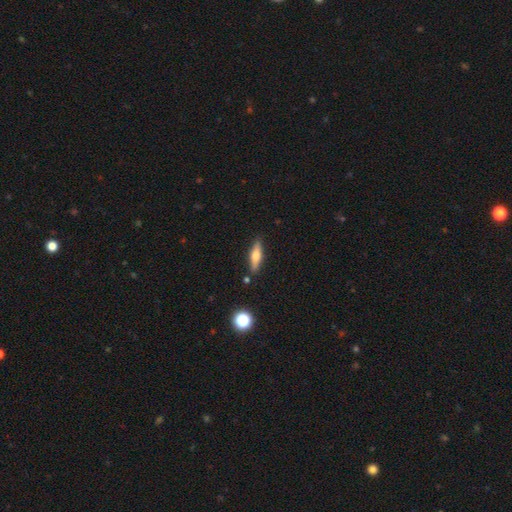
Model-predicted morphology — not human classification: smooth 52%, featured or disk 40%, star or artifact 7%. Down the decision tree: how rounded — cigar-shaped (64%); merging — none (85%).